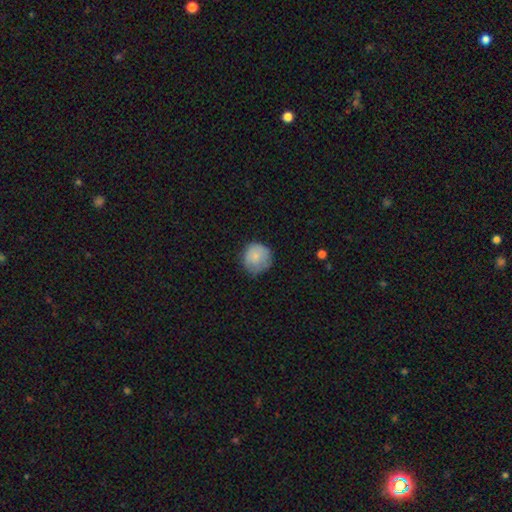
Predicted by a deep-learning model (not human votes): Morphology: type=smooth (80%); roundness=round (90%); merging=none (64%).